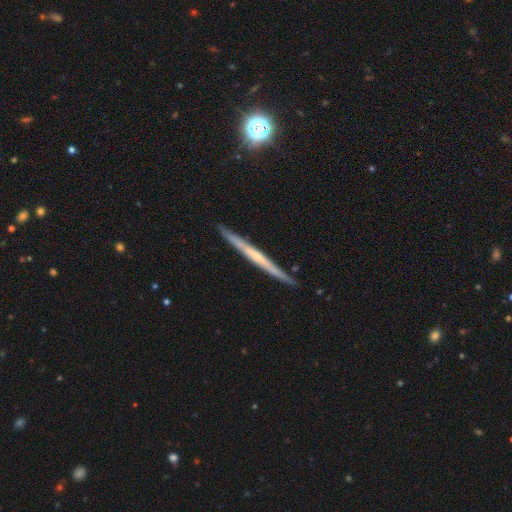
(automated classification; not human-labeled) Smooth or featured? featured or disk (66%)
Edge-on disk? yes (97%)
Edge-on bulge? none (66%)
Merging? none (90%)